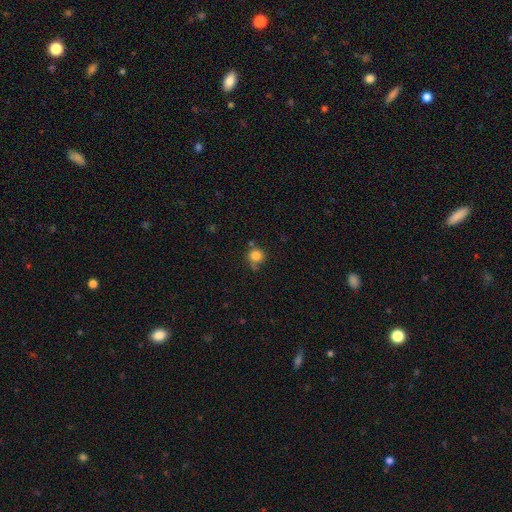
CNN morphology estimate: smooth 83%, star or artifact 11%, featured or disk 5%. Down the decision tree: how rounded — round (92%); merging — none (70%).